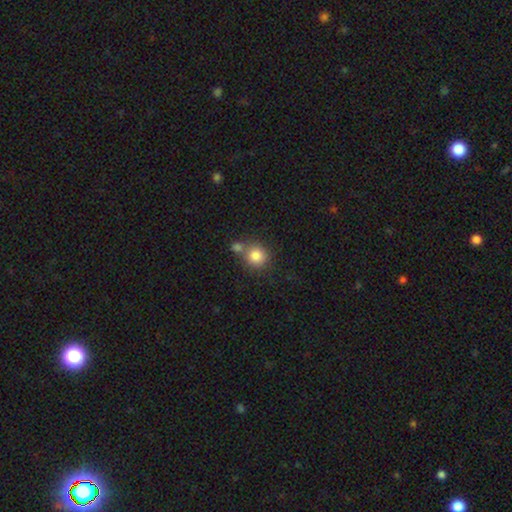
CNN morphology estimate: Smooth or featured? smooth (83%)
How rounded? round (89%)
Merging? none (55%)